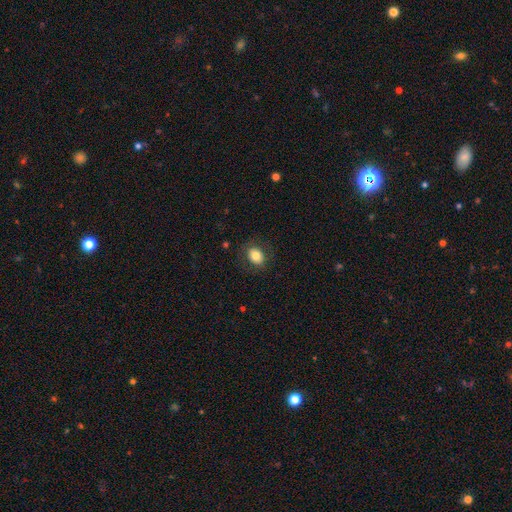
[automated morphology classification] The model was most divided on "how rounded": in between: 59%, round: 40%, cigar-shaped: 1%. More confident: merging — none (83%); smooth or featured — smooth (80%).